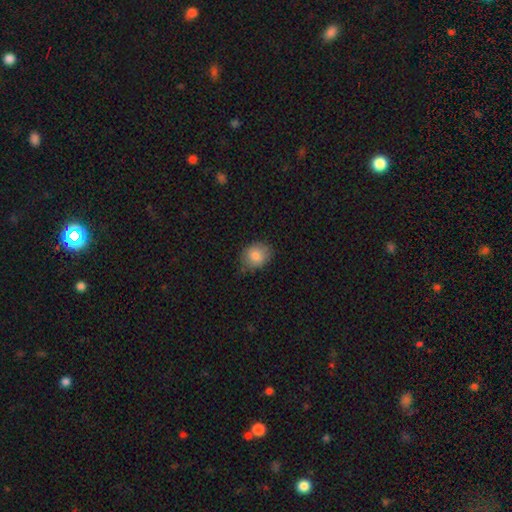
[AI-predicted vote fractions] A smooth galaxy with no disk features (84%) that is round (56%). Merging: none (70%).